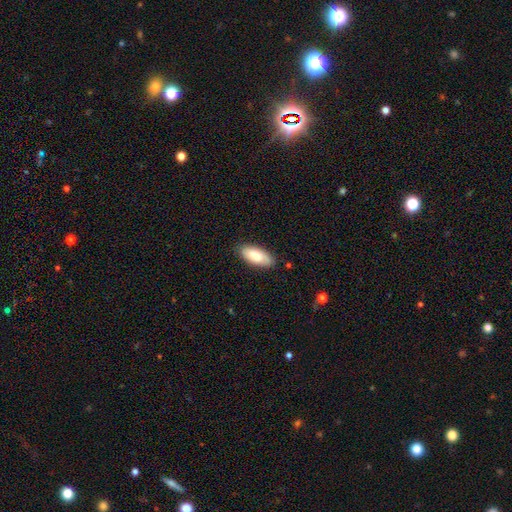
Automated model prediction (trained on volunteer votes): A smooth galaxy with no disk features (79%) that is in between round and cigar-shaped (87%). Merging: none (84%).